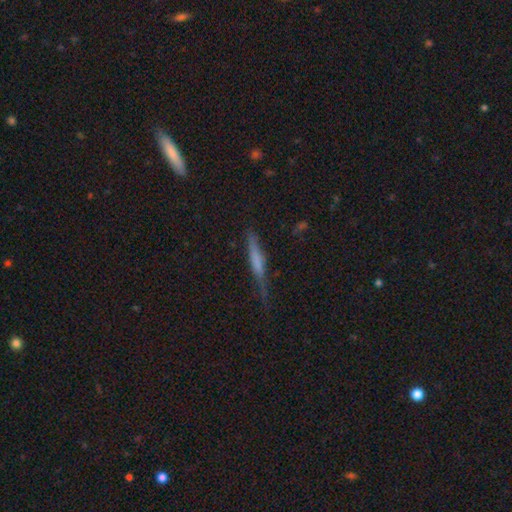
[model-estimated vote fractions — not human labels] Smooth or featured? featured or disk (46%)
Merging? none (70%)